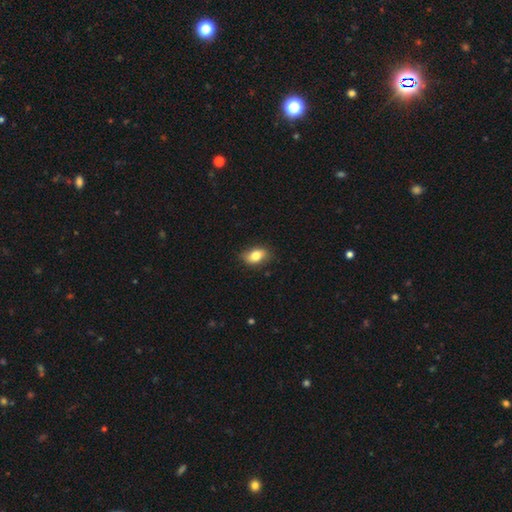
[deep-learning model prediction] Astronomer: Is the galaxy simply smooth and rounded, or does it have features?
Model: smooth — 79%.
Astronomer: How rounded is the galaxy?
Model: in between — 83%.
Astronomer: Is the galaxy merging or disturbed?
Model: none — 78%.